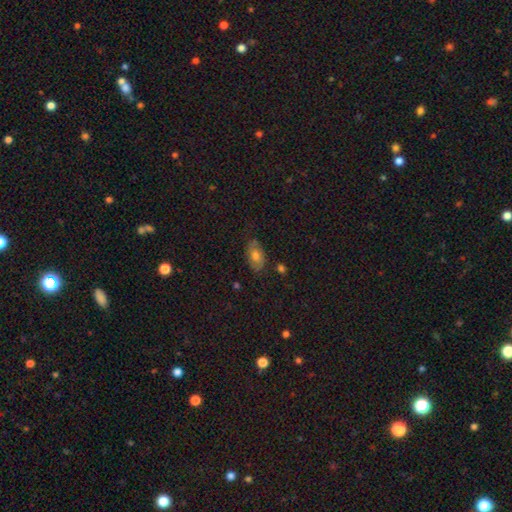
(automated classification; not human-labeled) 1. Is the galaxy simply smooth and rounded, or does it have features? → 65% smooth, 25% featured or disk, 11% star or artifact.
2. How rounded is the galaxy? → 90% in between, 8% round, 2% cigar-shaped.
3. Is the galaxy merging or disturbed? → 75% none, 19% minor disturbance, 4% major disturbance, 2% merger.